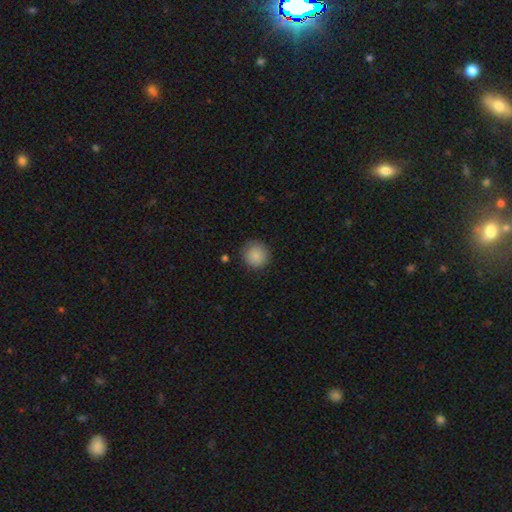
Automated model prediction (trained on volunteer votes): Smooth or featured?
  - smooth: 88% *
  - star or artifact: 8%
  - featured or disk: 4%
How rounded?
  - round: 93% *
  - in between: 6%
  - cigar-shaped: 1%
Merging?
  - none: 87% *
  - minor disturbance: 9%
  - major disturbance: 3%
  - merger: 1%